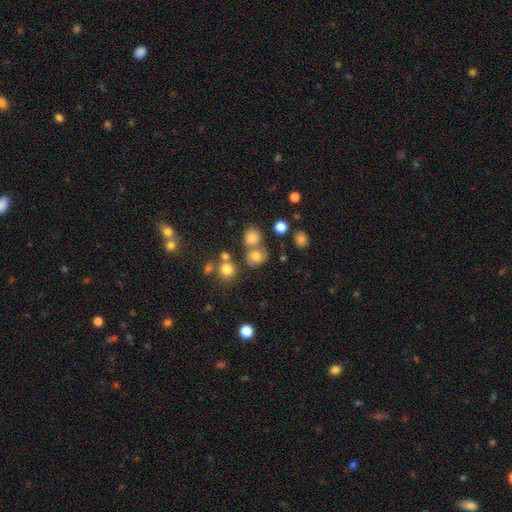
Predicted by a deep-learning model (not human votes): Smooth or featured?
  - smooth: 75% *
  - star or artifact: 15%
  - featured or disk: 11%
How rounded?
  - round: 74% *
  - in between: 24%
  - cigar-shaped: 1%
Merging?
  - none: 54% *
  - merger: 28%
  - minor disturbance: 12%
  - major disturbance: 6%